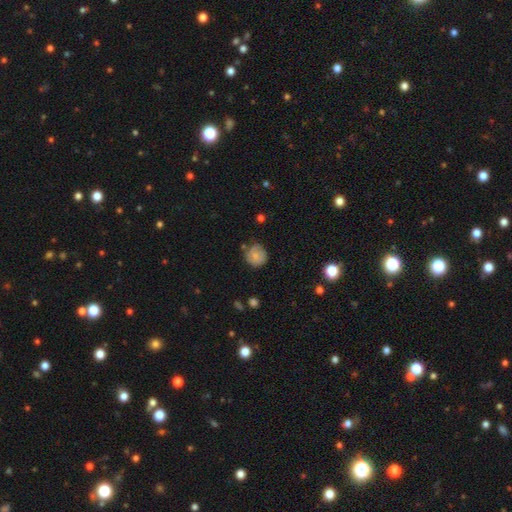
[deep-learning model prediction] smooth-or-featured: smooth: 72% | featured or disk: 19% | star or artifact: 9%
  how-rounded: round: 88% | in between: 11% | cigar-shaped: 1%
  merging: none: 68% | minor disturbance: 23% | major disturbance: 5% | merger: 4%